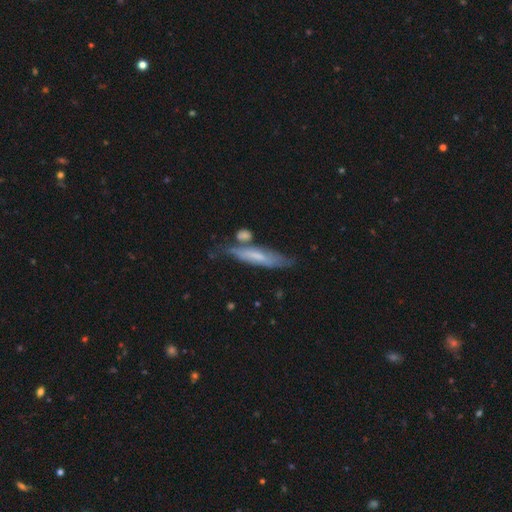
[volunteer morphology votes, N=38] Overall: smooth (53%; featured or disk 42%). How rounded: cigar-shaped (75%). Merging: none (50%; minor disturbance 25%).